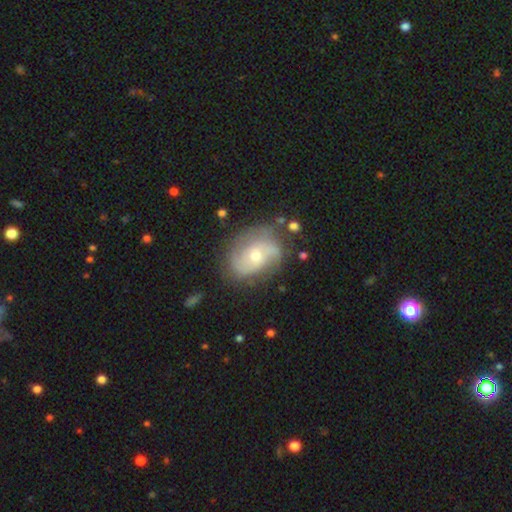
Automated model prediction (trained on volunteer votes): A featured or disk galaxy (75%) with no bar (64%), 2 (64%) medium (44%) spiral arms (91%) and a moderate central bulge (52%).

Vote fractions:
- Smooth or featured? featured or disk: 75% / smooth: 18% / star or artifact: 7%
- Edge-on disk? no: 97% / yes: 3%
- Bar? no: 64% / weak: 29% / strong: 6%
- Spiral arms? yes: 91% / no: 9%
- Spiral winding? medium: 44% / tight: 31% / loose: 25%
- Spiral arm count? 2: 64% / can't tell: 16% / 3: 11% / 1: 4% / 4: 2% / more than 4: 2%
- Bulge size? moderate: 52% / small: 43% / large: 3% / none: 1% / dominant: 1%
- Merging? none: 69% / minor disturbance: 20% / major disturbance: 8% / merger: 3%